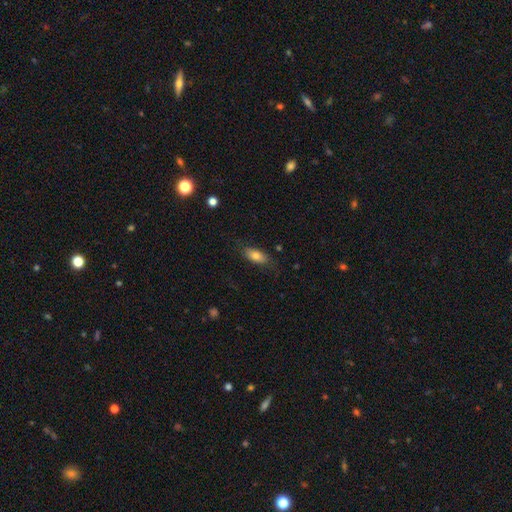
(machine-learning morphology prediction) This appears to be a smooth galaxy with no disk features (78%) that is in between round and cigar-shaped (82%). Merging: none (77%).